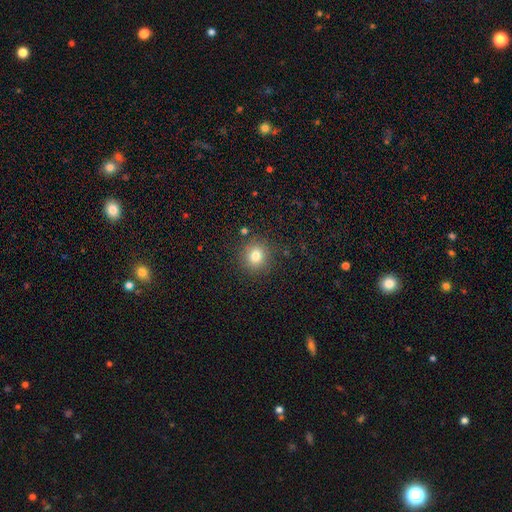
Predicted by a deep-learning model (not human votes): This appears to be a smooth galaxy with no disk features (79%) that is round (89%). Merging: none (87%).